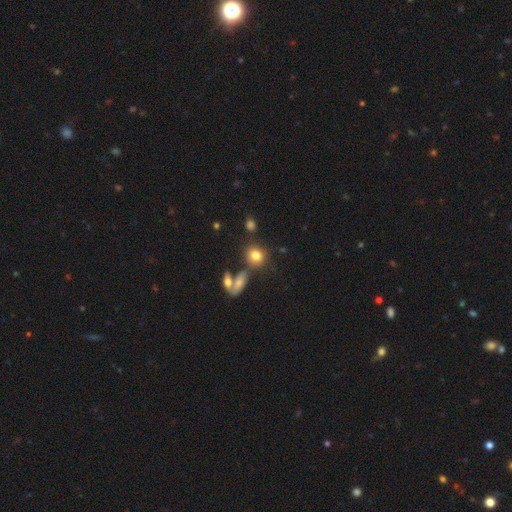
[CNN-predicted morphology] Smooth or featured? smooth (78%)
How rounded? round (73%)
Merging? none (64%)